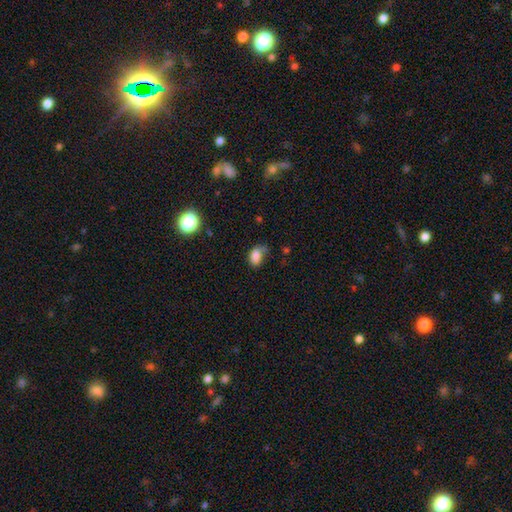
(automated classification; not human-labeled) Smooth or featured? Predicted: smooth (p=0.81). How rounded? Predicted: in between (p=0.81). Merging? Predicted: none (p=0.43).